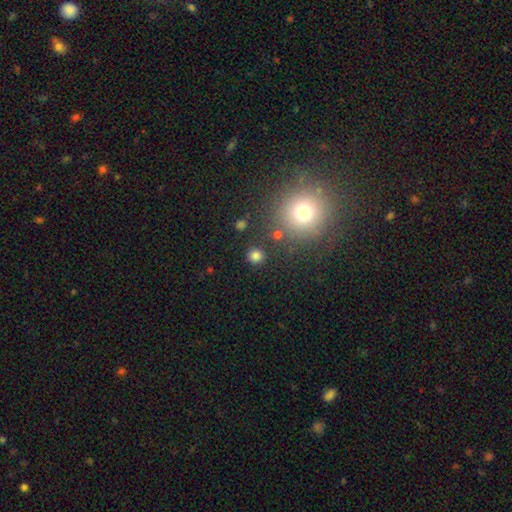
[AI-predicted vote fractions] smooth-or-featured: smooth: 79% | star or artifact: 16% | featured or disk: 5%
  how-rounded: round: 91% | in between: 8% | cigar-shaped: 1%
  merging: none: 87% | minor disturbance: 6% | merger: 4% | major disturbance: 3%